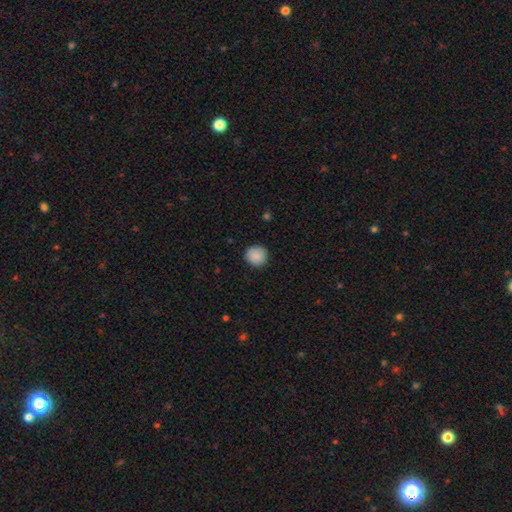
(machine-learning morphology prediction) smooth_or_featured: smooth (p=0.89) [alt: star or artifact p=0.08]
how_rounded: round (p=0.93) [alt: in between p=0.06]
merging: none (p=0.90) [alt: minor disturbance p=0.07]